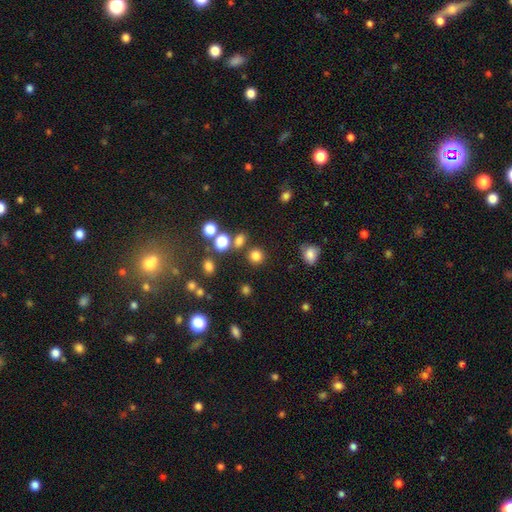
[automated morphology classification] Overall: smooth (79%). How rounded: round (87%). Merging: none (80%).